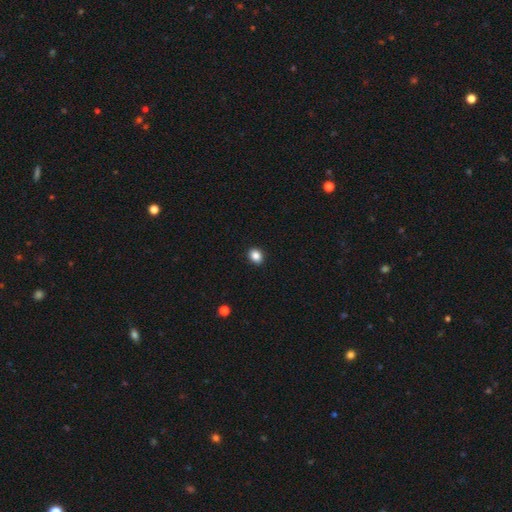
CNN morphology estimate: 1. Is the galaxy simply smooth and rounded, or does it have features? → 87% smooth, 10% star or artifact, 4% featured or disk.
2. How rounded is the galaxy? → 51% in between, 48% round, 1% cigar-shaped.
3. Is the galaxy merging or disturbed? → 91% none, 6% minor disturbance, 2% major disturbance, 1% merger.